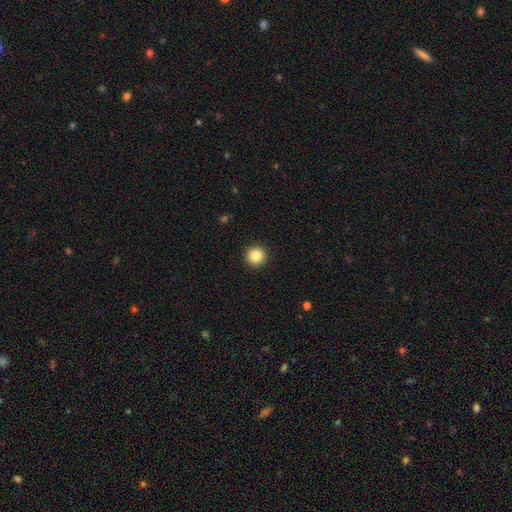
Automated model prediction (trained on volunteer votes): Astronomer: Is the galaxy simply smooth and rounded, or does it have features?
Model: smooth — 85%.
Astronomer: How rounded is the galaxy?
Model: round — 96%.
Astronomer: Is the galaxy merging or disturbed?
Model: none — 93%.